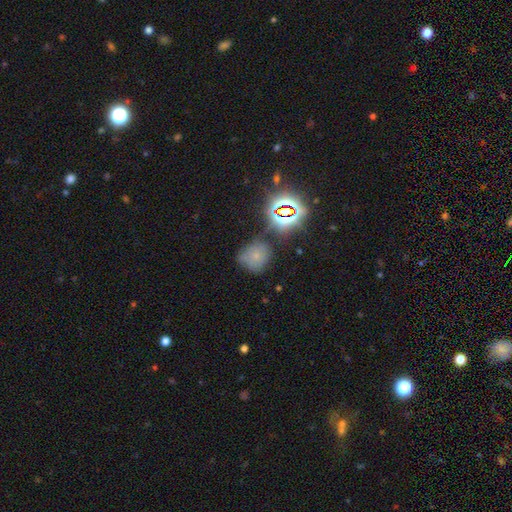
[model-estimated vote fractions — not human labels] Smooth or featured? smooth (47%)
Merging? none (60%)